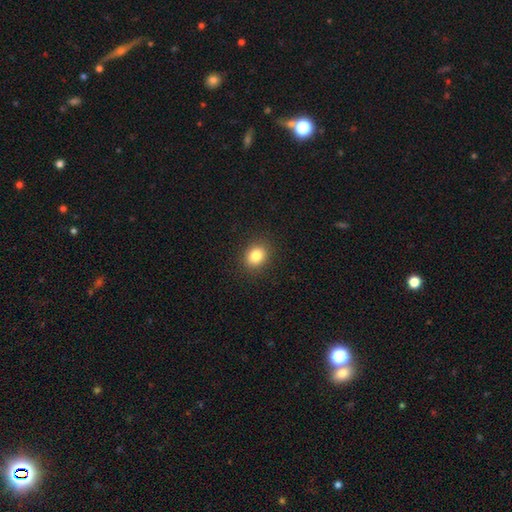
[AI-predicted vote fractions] smooth-or-featured: smooth: 84% | star or artifact: 10% | featured or disk: 6%
  how-rounded: round: 54% | in between: 45% | cigar-shaped: 1%
  merging: none: 89% | minor disturbance: 7% | major disturbance: 2% | merger: 1%